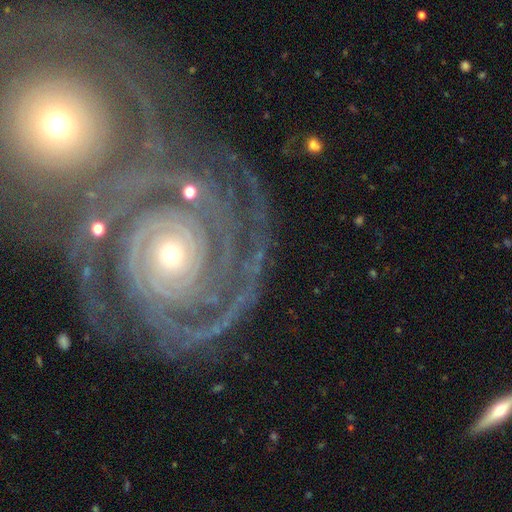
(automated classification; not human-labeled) Morphology: type=featured or disk (91%); edge-on=no (97%); bar=no (77%); spiral arms=yes (98%); winding=tight (83%); arm count=2 (31%); bulge=small (68%); merging=none (65%).